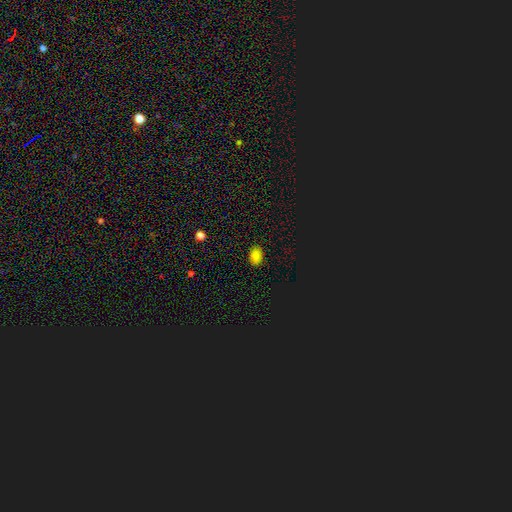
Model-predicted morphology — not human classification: Overall: smooth (80%). How rounded: in between (78%). Merging: none (88%).